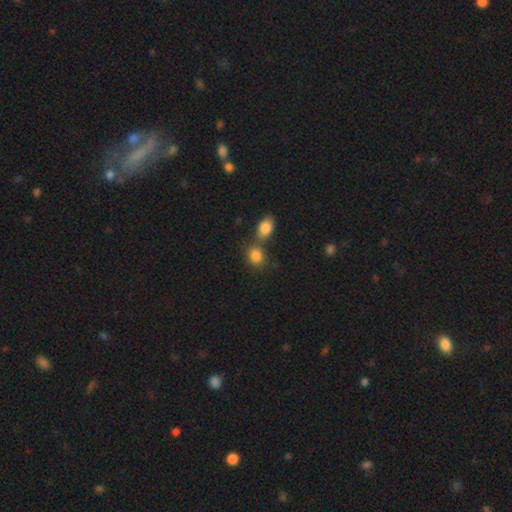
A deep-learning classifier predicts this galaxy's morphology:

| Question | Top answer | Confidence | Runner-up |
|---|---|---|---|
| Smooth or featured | smooth | 84% | star or artifact (10%) |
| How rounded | round | 58% | in between (40%) |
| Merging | none | 49% | merger (38%) |